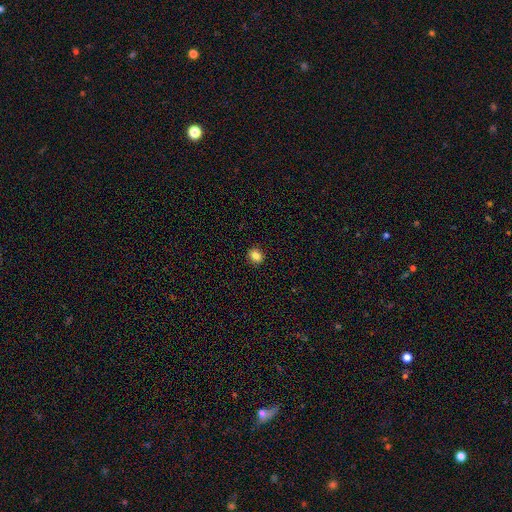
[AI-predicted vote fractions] smooth-or-featured: smooth: 84% | star or artifact: 11% | featured or disk: 5%
  how-rounded: round: 65% | in between: 34% | cigar-shaped: 1%
  merging: none: 91% | minor disturbance: 6% | major disturbance: 2% | merger: 1%